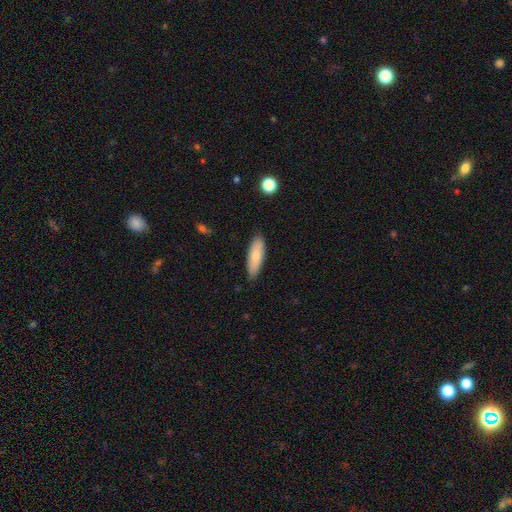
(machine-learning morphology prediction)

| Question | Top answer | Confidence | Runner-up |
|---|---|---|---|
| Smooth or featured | smooth | 80% | featured or disk (15%) |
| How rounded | in between | 59% | cigar-shaped (39%) |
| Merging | none | 86% | minor disturbance (11%) |